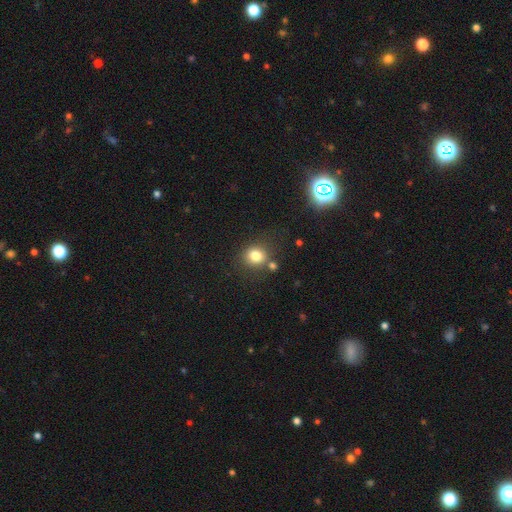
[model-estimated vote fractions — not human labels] This appears to be a smooth galaxy with no disk features (80%) that is round (80%). Merging: none (73%).